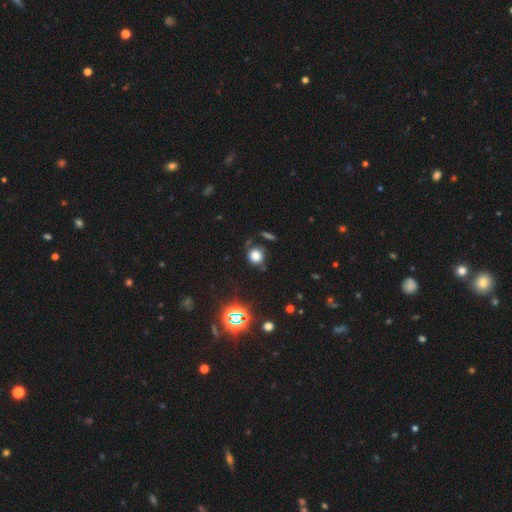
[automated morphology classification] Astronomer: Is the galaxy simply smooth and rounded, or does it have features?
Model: smooth — 72%.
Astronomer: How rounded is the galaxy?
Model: round — 84%.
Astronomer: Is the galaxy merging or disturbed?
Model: none — 74%.